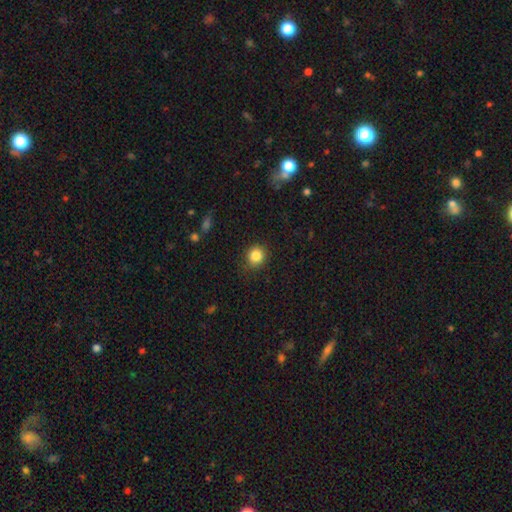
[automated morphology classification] smooth-or-featured: smooth: 85% | star or artifact: 11% | featured or disk: 5%
  how-rounded: round: 85% | in between: 14% | cigar-shaped: 1%
  merging: none: 86% | minor disturbance: 10% | major disturbance: 3% | merger: 1%